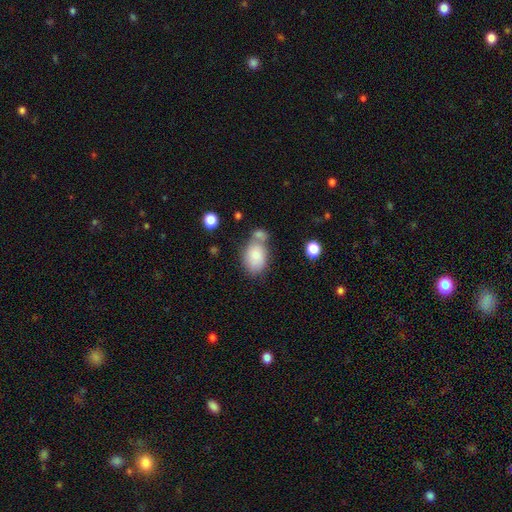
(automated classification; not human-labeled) Smooth or featured?
  - smooth: 80% *
  - featured or disk: 13%
  - star or artifact: 7%
How rounded?
  - in between: 82% *
  - round: 17%
  - cigar-shaped: 1%
Merging?
  - none: 46% *
  - merger: 31%
  - minor disturbance: 17%
  - major disturbance: 6%